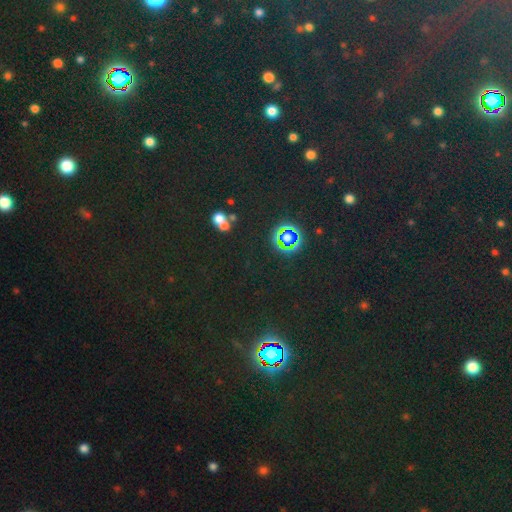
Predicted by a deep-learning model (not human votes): A star or artifact, not a galaxy (74%).

Vote fractions:
- Smooth or featured? star or artifact: 74% / smooth: 18% / featured or disk: 8%